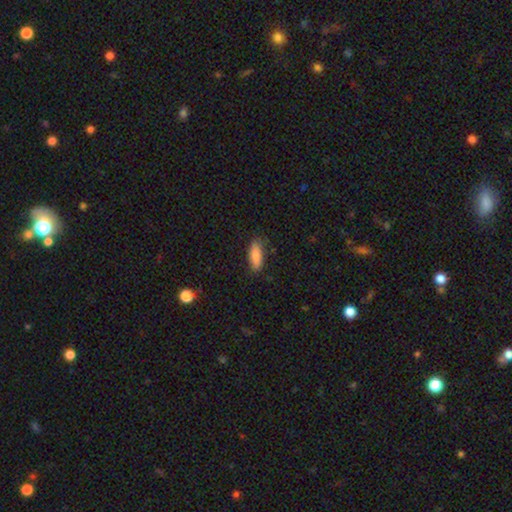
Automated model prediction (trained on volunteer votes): This appears to be a smooth galaxy with no disk features (85%) that is in between round and cigar-shaped (67%). Merging: none (80%).